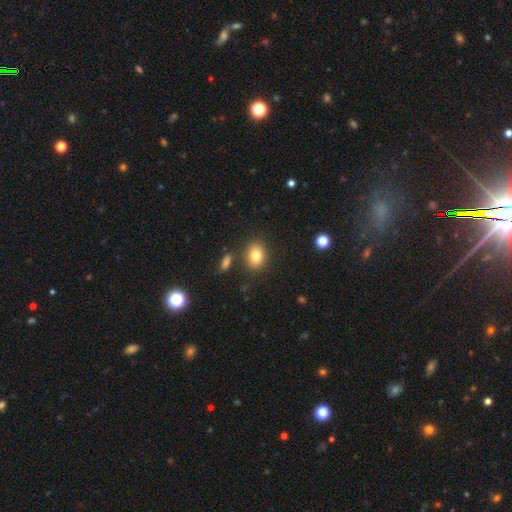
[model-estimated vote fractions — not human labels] Q: Smooth or featured?
A: smooth (81%); runner-up: star or artifact (10%)
Q: How rounded?
A: in between (58%); runner-up: round (41%)
Q: Merging?
A: none (82%); runner-up: minor disturbance (10%)